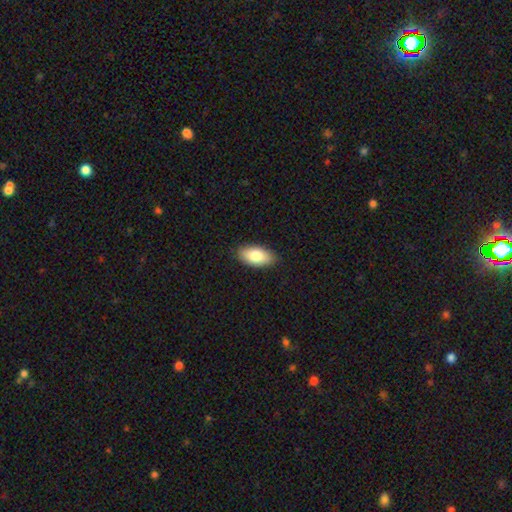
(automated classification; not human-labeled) Smooth or featured? smooth (83%)
How rounded? in between (93%)
Merging? none (87%)